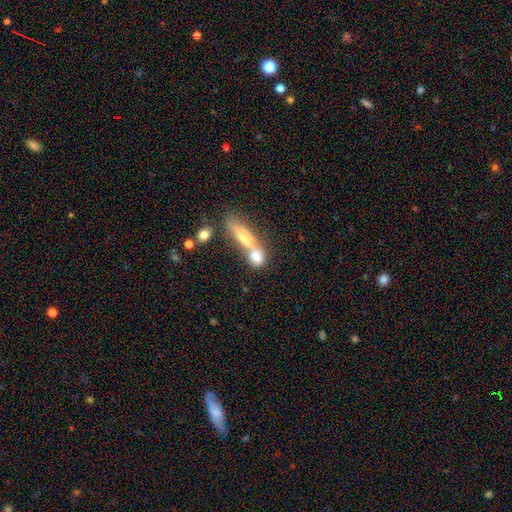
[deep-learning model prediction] The model was most divided on "how rounded": in between: 44%, cigar-shaped: 34%, round: 22%. More confident: smooth or featured — smooth (69%); merging — merger (55%).